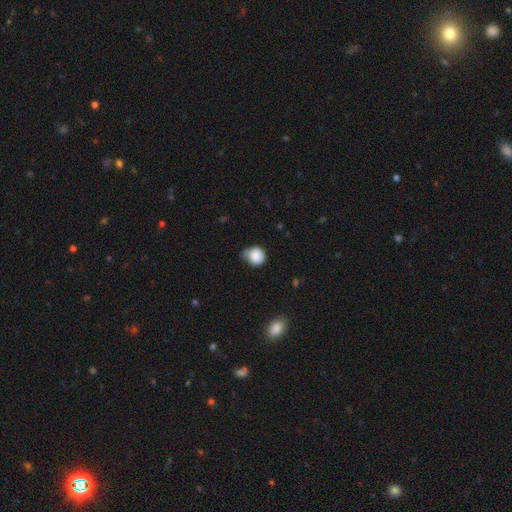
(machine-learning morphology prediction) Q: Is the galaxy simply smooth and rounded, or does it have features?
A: smooth — 86%.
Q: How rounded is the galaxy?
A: round — 82%.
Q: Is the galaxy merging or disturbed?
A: none — 47%.